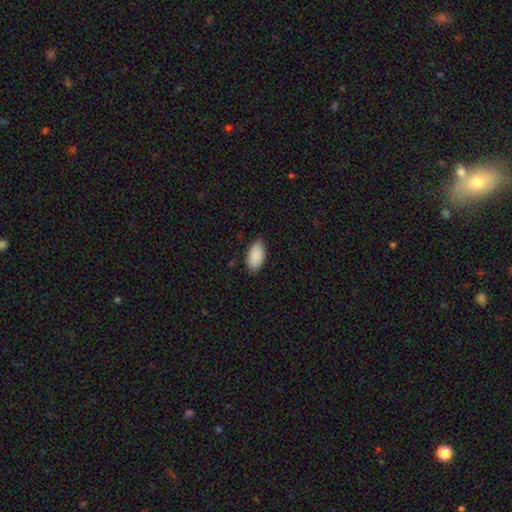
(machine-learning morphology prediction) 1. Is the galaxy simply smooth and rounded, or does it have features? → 91% smooth, 6% star or artifact, 3% featured or disk.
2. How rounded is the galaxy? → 95% in between, 3% round, 2% cigar-shaped.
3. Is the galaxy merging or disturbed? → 82% none, 15% minor disturbance, 2% major disturbance, 1% merger.